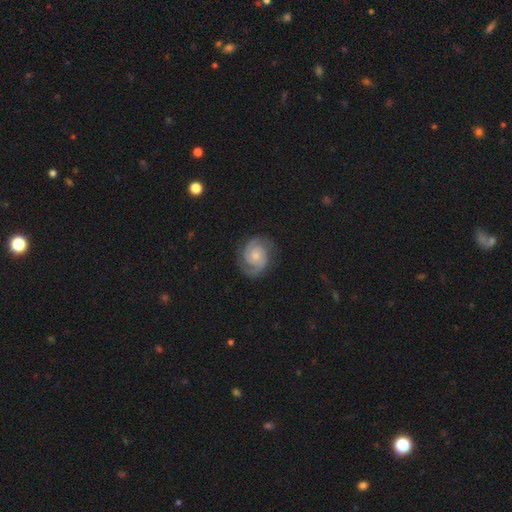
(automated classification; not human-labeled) Smooth or featured? Predicted: featured or disk (p=0.87). Edge-on disk? Predicted: no (p=0.98). Bar? Predicted: no (p=0.71). Spiral arms? Predicted: yes (p=0.98). Spiral winding? Predicted: tight (p=0.59). Spiral arm count? Predicted: 2 (p=0.88). Bulge size? Predicted: small (p=0.48). Merging? Predicted: none (p=0.82).